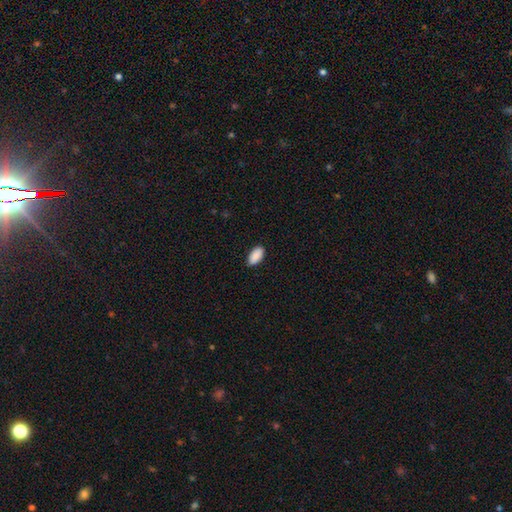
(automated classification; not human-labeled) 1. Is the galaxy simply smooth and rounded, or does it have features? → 91% smooth, 6% star or artifact, 3% featured or disk.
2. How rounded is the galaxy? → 93% in between, 4% cigar-shaped, 2% round.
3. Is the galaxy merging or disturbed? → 88% none, 9% minor disturbance, 2% major disturbance, 1% merger.